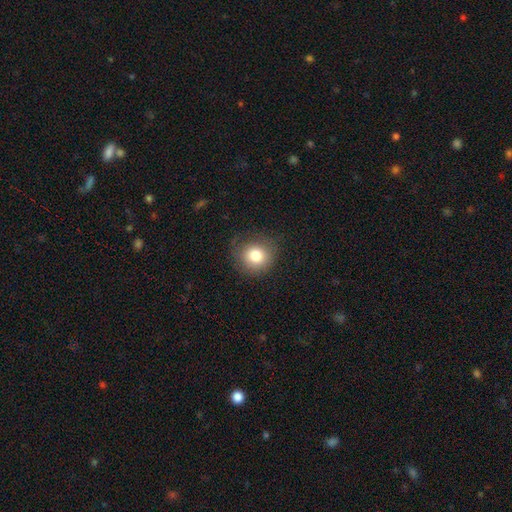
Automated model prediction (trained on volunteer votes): Smooth or featured?
  - smooth: 81% *
  - star or artifact: 10%
  - featured or disk: 9%
How rounded?
  - round: 88% *
  - in between: 11%
  - cigar-shaped: 1%
Merging?
  - none: 79% *
  - minor disturbance: 15%
  - major disturbance: 5%
  - merger: 1%